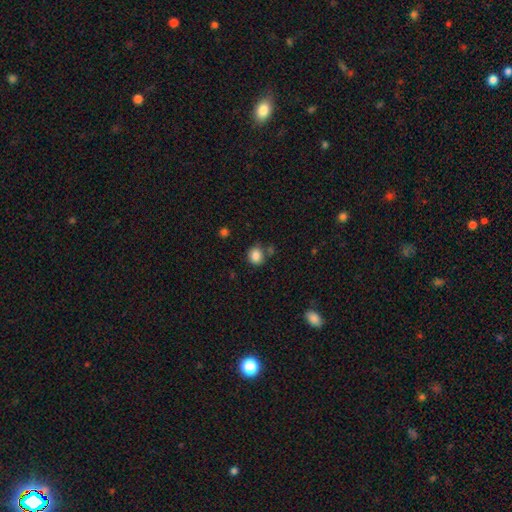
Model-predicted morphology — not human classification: smooth-or-featured: smooth: 86% | star or artifact: 10% | featured or disk: 4%
  how-rounded: round: 77% | in between: 22% | cigar-shaped: 1%
  merging: none: 71% | minor disturbance: 15% | merger: 10% | major disturbance: 5%